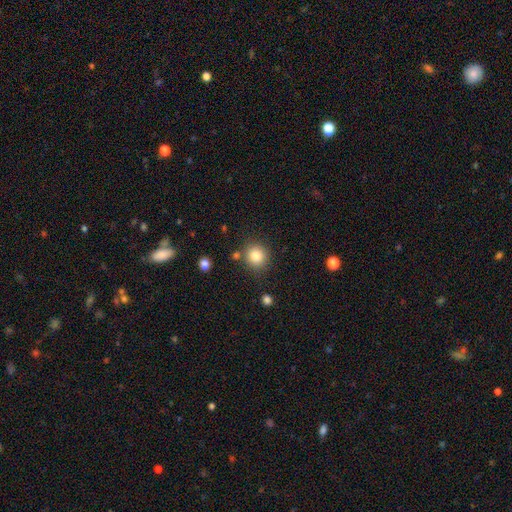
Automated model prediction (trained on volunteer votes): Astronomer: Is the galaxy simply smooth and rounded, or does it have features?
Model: smooth — 84%.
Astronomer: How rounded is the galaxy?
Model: round — 90%.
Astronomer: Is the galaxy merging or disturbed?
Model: none — 82%.